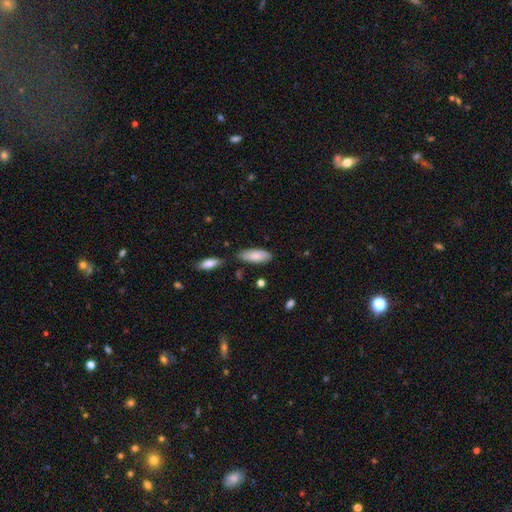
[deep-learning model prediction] Smooth or featured: smooth — 82% (featured or disk — 12%)
How rounded: in between — 78% (cigar-shaped — 21%)
Merging: none — 71% (minor disturbance — 20%)